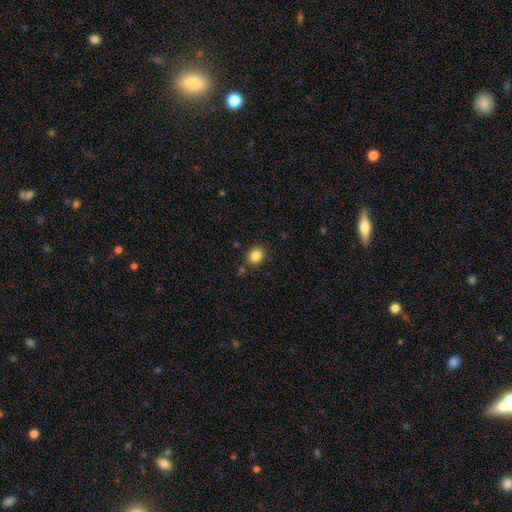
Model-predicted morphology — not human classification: A smooth galaxy with no disk features (85%) that is round (64%). Merging: none (84%).